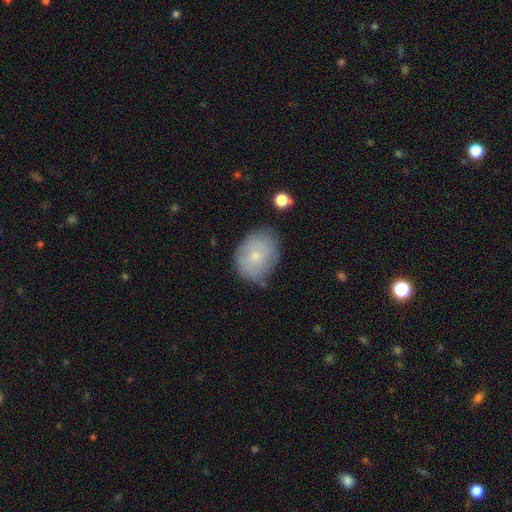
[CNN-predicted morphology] Smooth or featured?
  - smooth: 62% *
  - featured or disk: 30%
  - star or artifact: 8%
How rounded?
  - in between: 60% *
  - round: 39%
  - cigar-shaped: 1%
Merging?
  - none: 66% *
  - minor disturbance: 25%
  - major disturbance: 6%
  - merger: 2%